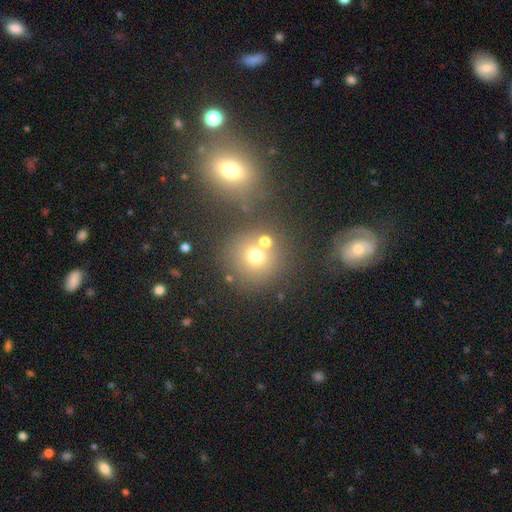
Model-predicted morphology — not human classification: This is likely a smooth galaxy (68%). How rounded: clearly round (89%). Merging: likely none (61%).